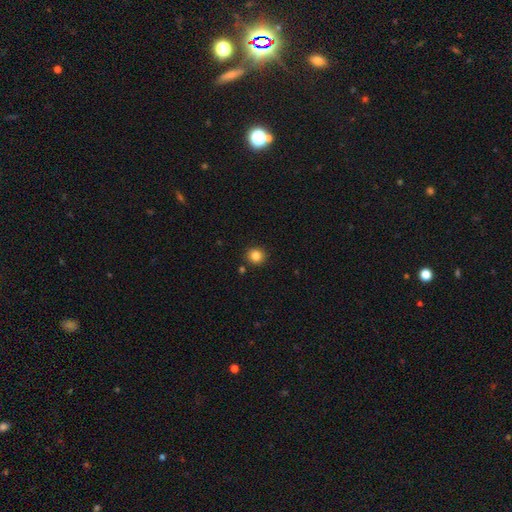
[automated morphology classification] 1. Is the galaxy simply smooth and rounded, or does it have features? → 84% smooth, 11% star or artifact, 5% featured or disk.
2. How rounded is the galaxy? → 88% round, 11% in between, 1% cigar-shaped.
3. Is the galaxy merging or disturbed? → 89% none, 7% minor disturbance, 3% merger, 2% major disturbance.